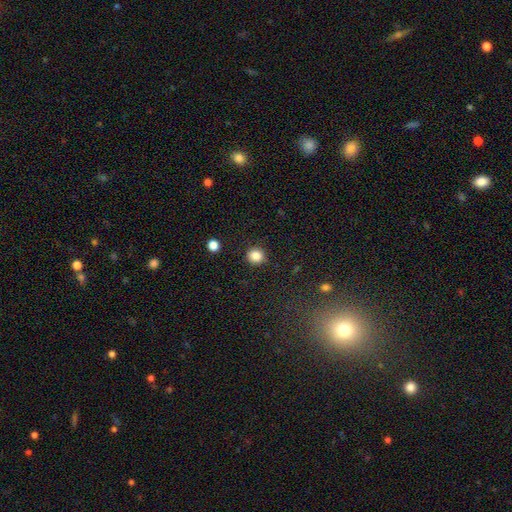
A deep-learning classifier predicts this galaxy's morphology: Smooth or featured?
  - smooth: 85% *
  - star or artifact: 11%
  - featured or disk: 4%
How rounded?
  - round: 89% *
  - in between: 10%
  - cigar-shaped: 1%
Merging?
  - none: 89% *
  - minor disturbance: 8%
  - major disturbance: 2%
  - merger: 1%